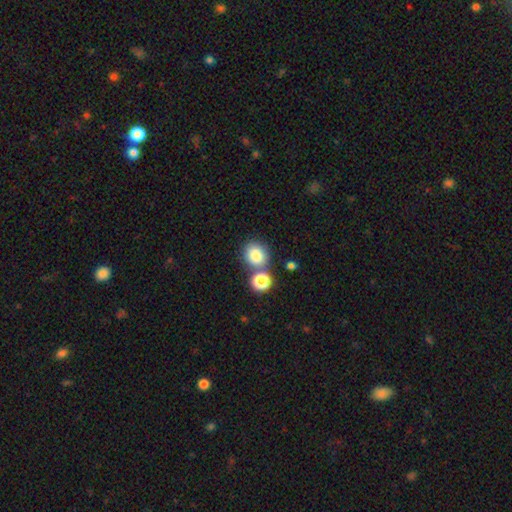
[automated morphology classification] Smooth or featured? Predicted: smooth (p=0.82). How rounded? Predicted: round (p=0.75). Merging? Predicted: none (p=0.65).